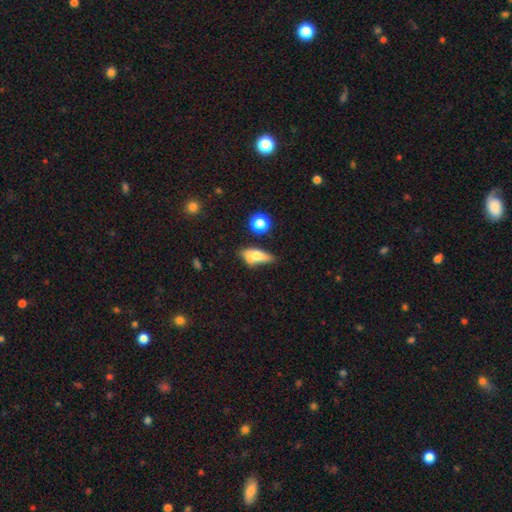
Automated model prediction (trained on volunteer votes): The model was most divided on "merging": none: 41%, minor disturbance: 30%, merger: 16%, major disturbance: 13%. More confident: how rounded — in between (71%); smooth or featured — smooth (66%).